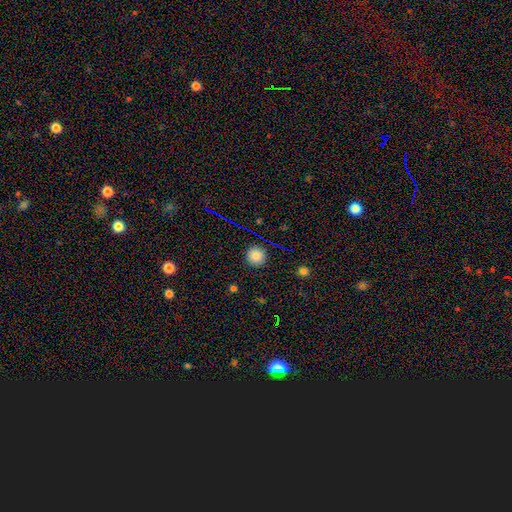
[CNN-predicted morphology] This is clearly a smooth galaxy (82%). How rounded: clearly round (94%). Merging: clearly none (89%).